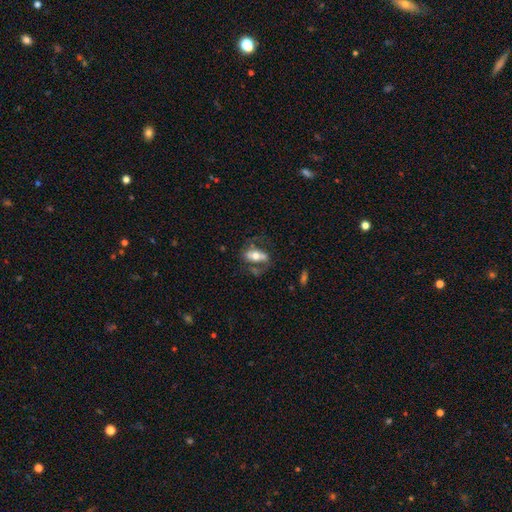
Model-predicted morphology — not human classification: This is possibly a featured or disk galaxy (49%). Merging: possibly none (52%).